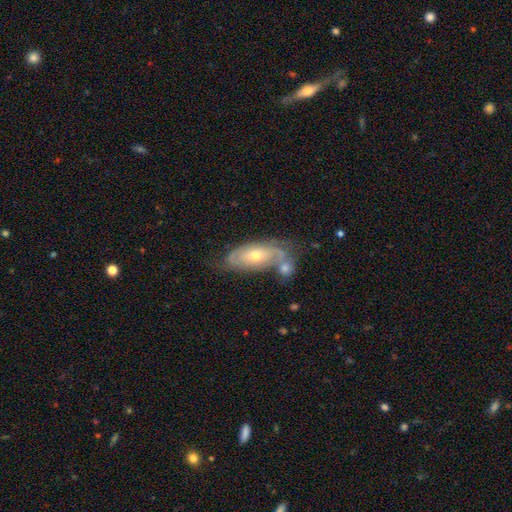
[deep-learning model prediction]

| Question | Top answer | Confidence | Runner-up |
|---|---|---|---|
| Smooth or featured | featured or disk | 59% | smooth (33%) |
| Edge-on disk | no | 86% | yes (14%) |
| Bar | no | 78% | weak (17%) |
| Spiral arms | yes | 64% | no (36%) |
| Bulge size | moderate | 56% | small (40%) |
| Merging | none | 38% | merger (32%) |